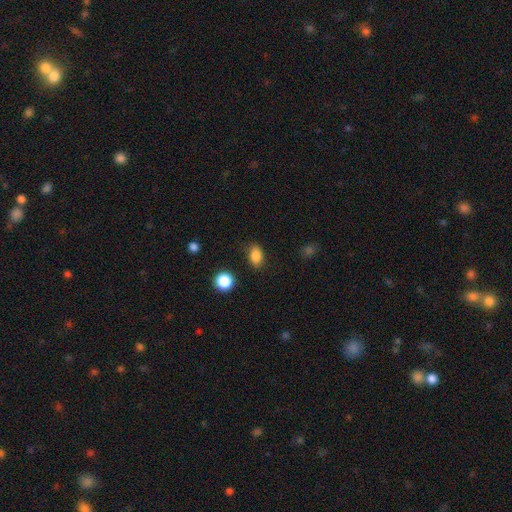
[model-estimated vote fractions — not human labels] Morphology: type=smooth (85%); roundness=in between (77%); merging=none (81%).